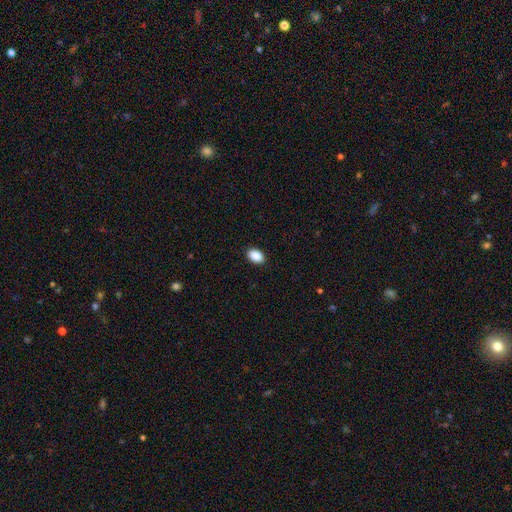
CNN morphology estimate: Q: Smooth or featured?
A: smooth (90%); runner-up: star or artifact (7%)
Q: How rounded?
A: in between (85%); runner-up: round (14%)
Q: Merging?
A: none (90%); runner-up: minor disturbance (7%)